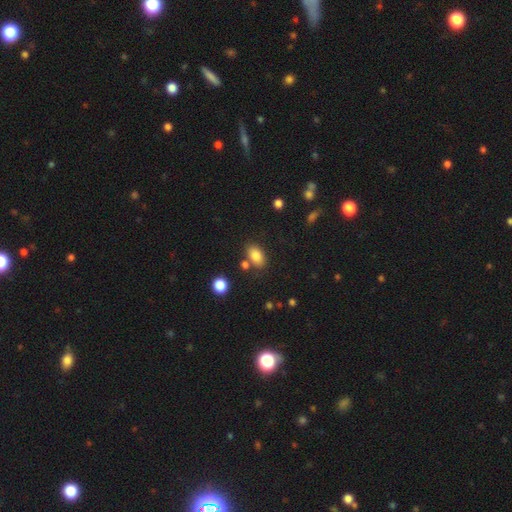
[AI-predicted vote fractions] smooth_or_featured: smooth (p=0.83) [alt: star or artifact p=0.10]
how_rounded: in between (p=0.87) [alt: round p=0.11]
merging: none (p=0.74) [alt: minor disturbance p=0.12]